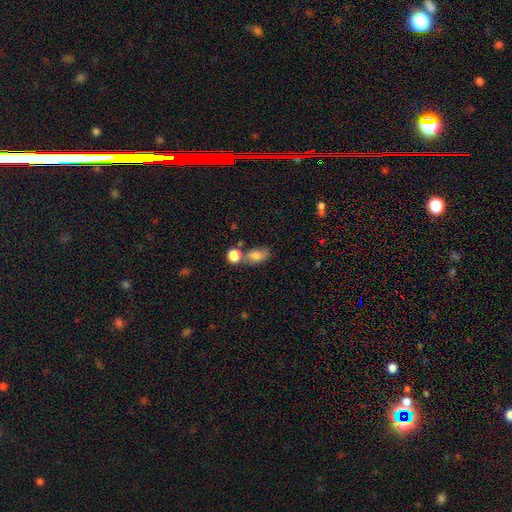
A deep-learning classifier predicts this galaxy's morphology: Smooth or featured? smooth (78%)
How rounded? in between (77%)
Merging? none (45%)